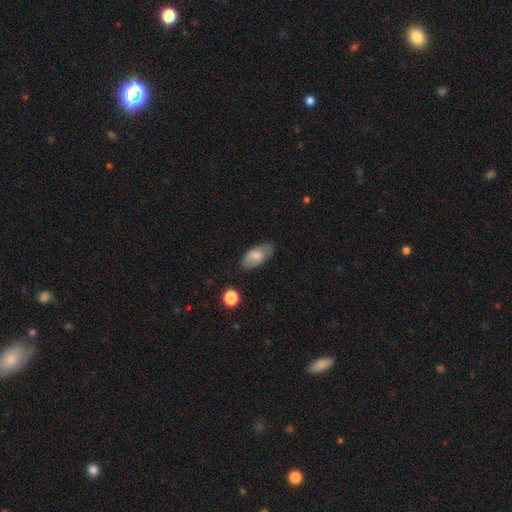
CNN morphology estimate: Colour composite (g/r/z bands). It shows a smooth galaxy with no disk features (71%) that is in between round and cigar-shaped (91%). Merging: none (71%).